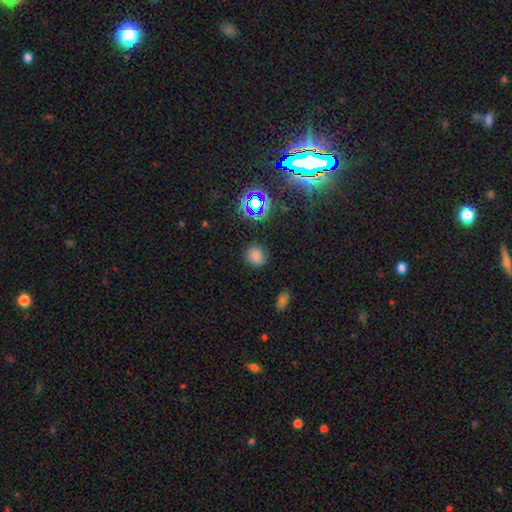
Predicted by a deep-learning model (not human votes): A smooth galaxy with no disk features (74%) that is round (80%). Merging: none (83%).